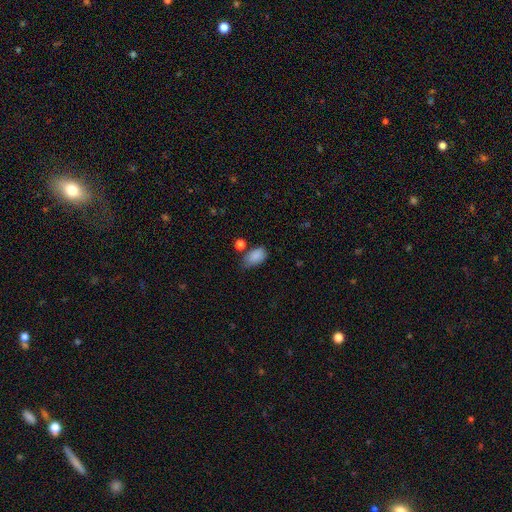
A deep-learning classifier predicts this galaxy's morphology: Smooth or featured?
  - smooth: 86% *
  - star or artifact: 9%
  - featured or disk: 5%
How rounded?
  - in between: 90% *
  - round: 8%
  - cigar-shaped: 2%
Merging?
  - none: 54% *
  - minor disturbance: 31%
  - merger: 8%
  - major disturbance: 7%